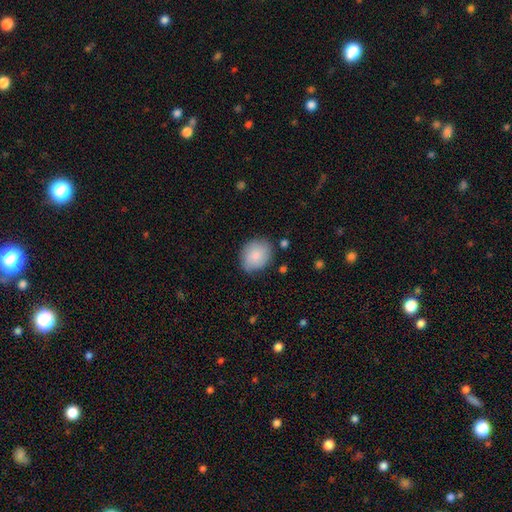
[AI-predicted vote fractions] Smooth or featured: smooth — 85% (featured or disk — 8%)
How rounded: round — 50% (in between — 49%)
Merging: none — 77% (minor disturbance — 17%)